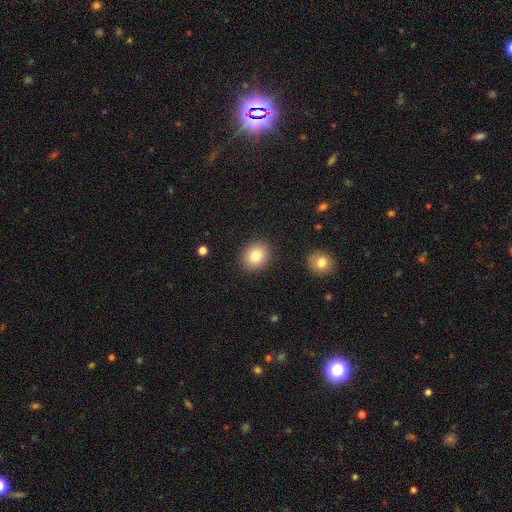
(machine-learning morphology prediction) The model was most divided on "how rounded": round: 67%, in between: 32%, cigar-shaped: 1%. More confident: merging — none (89%); smooth or featured — smooth (82%).